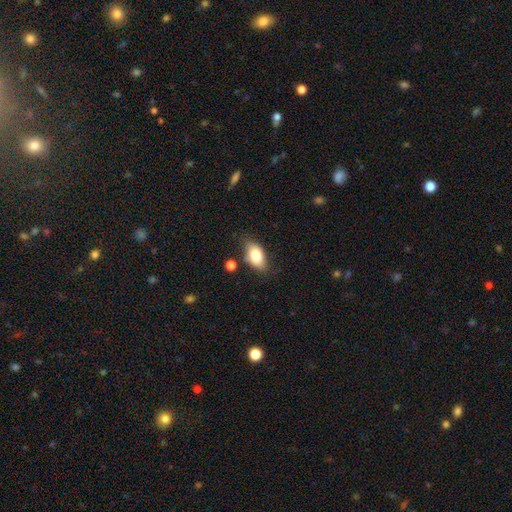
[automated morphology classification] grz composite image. It shows a smooth galaxy with no disk features (80%) that is in between round and cigar-shaped (90%). Merging: none (67%).